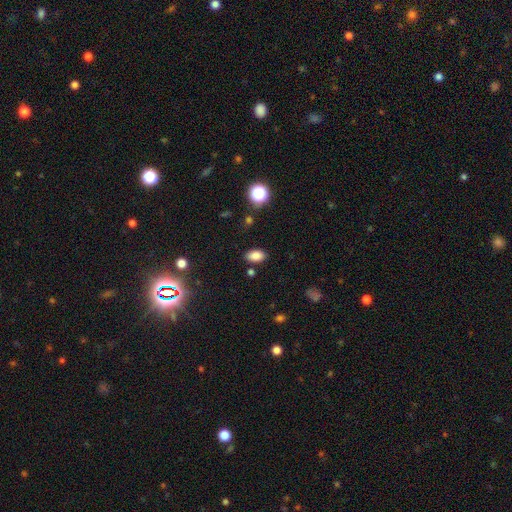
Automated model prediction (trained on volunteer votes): Q: Smooth or featured?
A: smooth (84%); runner-up: star or artifact (11%)
Q: How rounded?
A: in between (91%); runner-up: round (7%)
Q: Merging?
A: none (85%); runner-up: minor disturbance (10%)